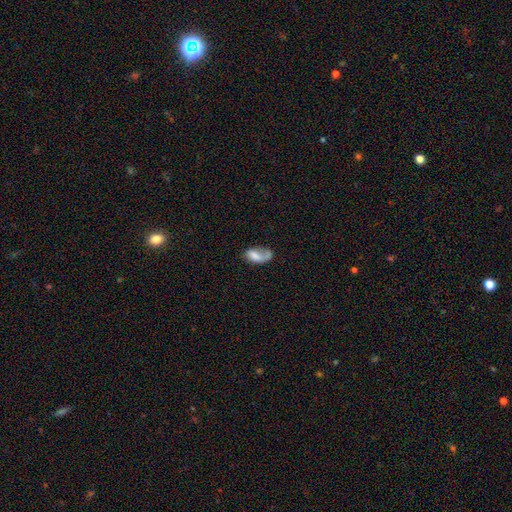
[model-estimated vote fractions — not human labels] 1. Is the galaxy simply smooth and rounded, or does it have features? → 58% smooth, 34% featured or disk, 8% star or artifact.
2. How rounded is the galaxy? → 90% in between, 5% round, 5% cigar-shaped.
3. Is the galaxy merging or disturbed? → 36% major disturbance, 33% none, 22% minor disturbance, 9% merger.